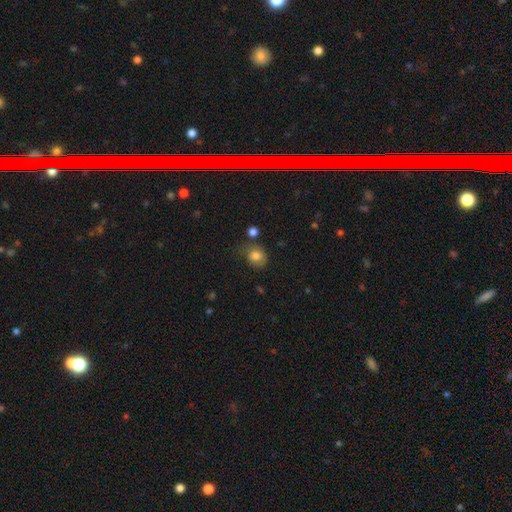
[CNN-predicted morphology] smooth 80%, featured or disk 10%, star or artifact 10%. Down the decision tree: how rounded — round (64%); merging — none (57%).